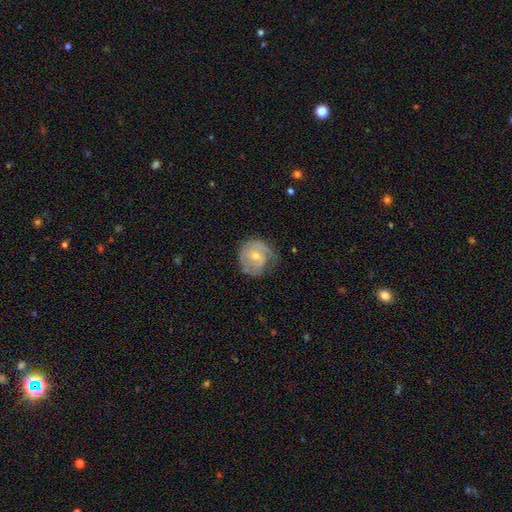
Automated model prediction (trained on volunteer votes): featured or disk 70%, smooth 24%, star or artifact 6%. Down the decision tree: edge-on disk — no (98%); bar — no (60%); spiral arms — yes (87%); spiral arm count — 2 (42%); spiral winding — tight (50%); bulge size — moderate (48%, tied with small); merging — none (57%).